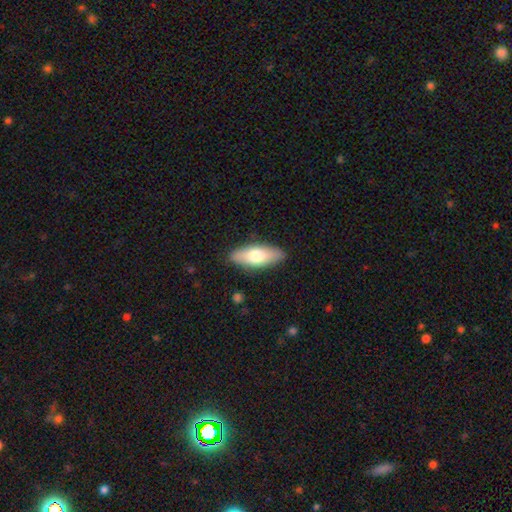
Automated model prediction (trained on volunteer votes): Overall: smooth (69%). How rounded: in between (73%). Merging: none (87%).